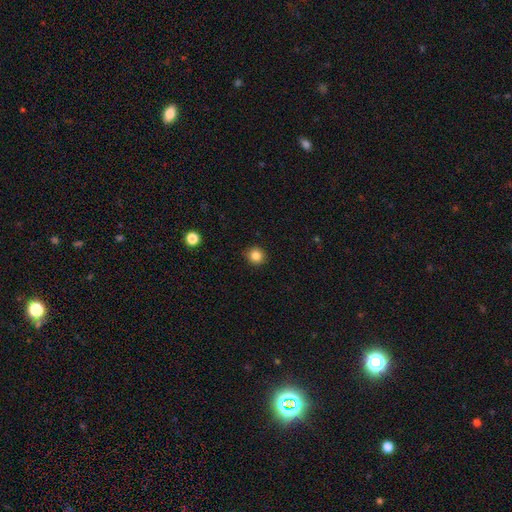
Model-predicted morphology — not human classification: This is clearly a smooth galaxy (84%). How rounded: clearly round (91%). Merging: clearly none (91%).